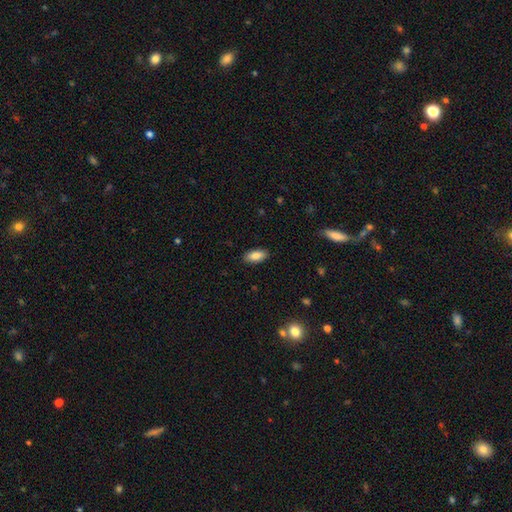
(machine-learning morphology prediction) smooth 84%, featured or disk 9%, star or artifact 7%. Down the decision tree: how rounded — in between (88%); merging — none (88%).